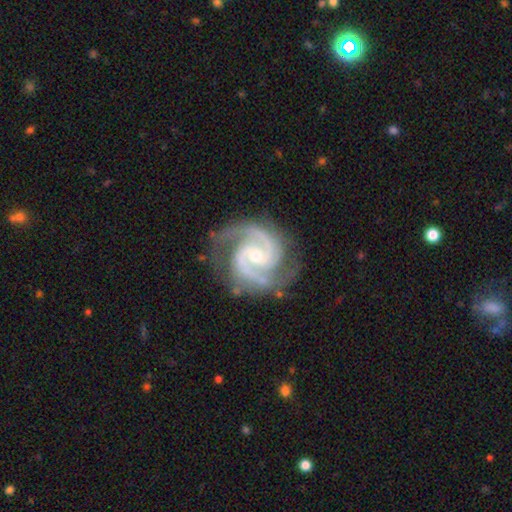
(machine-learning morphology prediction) Smooth or featured? Predicted: featured or disk (p=0.94). Edge-on disk? Predicted: no (p=0.98). Bar? Predicted: no (p=0.52). Spiral arms? Predicted: yes (p=0.99). Spiral winding? Predicted: medium (p=0.50). Spiral arm count? Predicted: 2 (p=0.67). Bulge size? Predicted: small (p=0.55). Merging? Predicted: none (p=0.78).